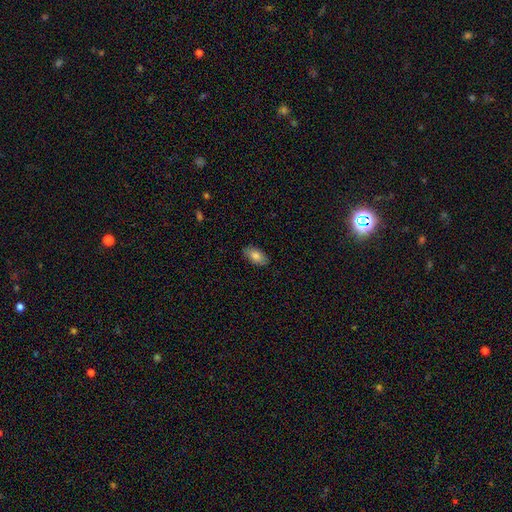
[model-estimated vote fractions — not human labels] Smooth or featured?
  - smooth: 82% *
  - featured or disk: 11%
  - star or artifact: 7%
How rounded?
  - in between: 93% *
  - cigar-shaped: 3%
  - round: 3%
Merging?
  - none: 87% *
  - minor disturbance: 10%
  - major disturbance: 2%
  - merger: 1%